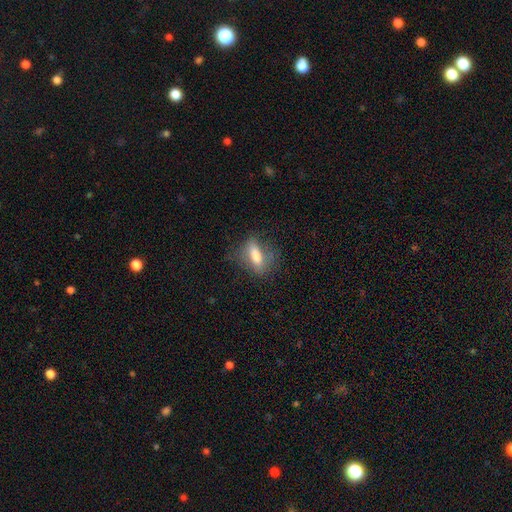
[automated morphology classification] smooth-or-featured: smooth: 66% | featured or disk: 25% | star or artifact: 9%
  how-rounded: in between: 59% | cigar-shaped: 36% | round: 5%
  merging: none: 65% | minor disturbance: 21% | major disturbance: 12% | merger: 2%